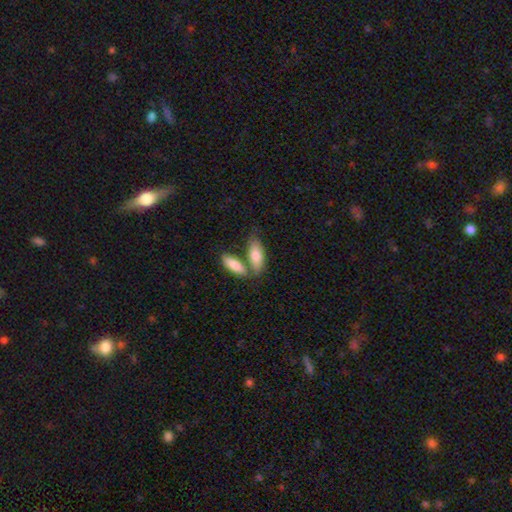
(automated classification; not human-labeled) Smooth or featured?
  - smooth: 79% *
  - featured or disk: 16%
  - star or artifact: 5%
How rounded?
  - in between: 75% *
  - cigar-shaped: 22%
  - round: 2%
Merging?
  - none: 47% *
  - merger: 37%
  - minor disturbance: 12%
  - major disturbance: 4%